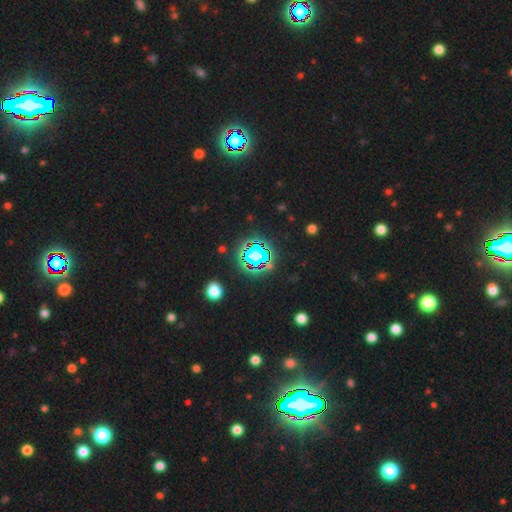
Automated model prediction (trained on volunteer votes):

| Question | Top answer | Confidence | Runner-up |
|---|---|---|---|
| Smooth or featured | star or artifact | 67% | smooth (19%) |